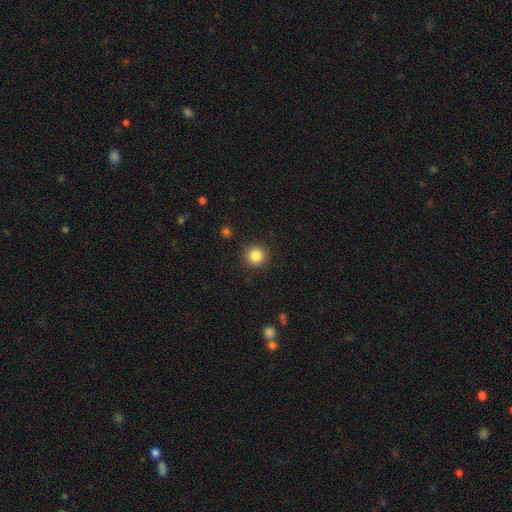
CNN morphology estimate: The model was most divided on "smooth or featured": smooth: 85%, star or artifact: 10%, featured or disk: 5%. More confident: how rounded — round (94%); merging — none (90%).